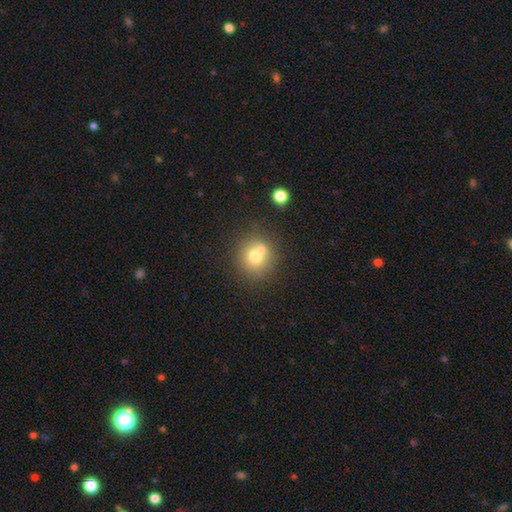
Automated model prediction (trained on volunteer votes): This appears to be a smooth galaxy with no disk features (69%) that is round (88%). Merging: none (53%).